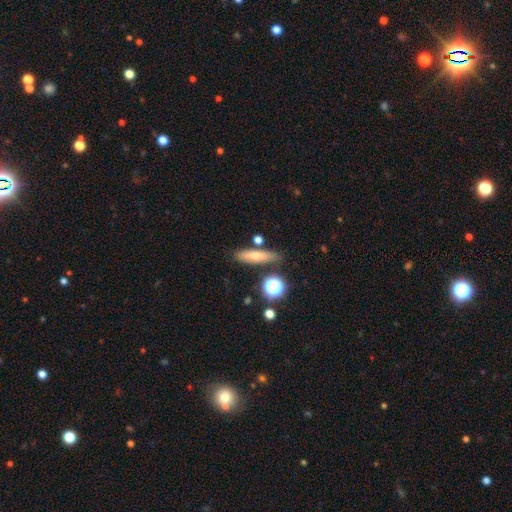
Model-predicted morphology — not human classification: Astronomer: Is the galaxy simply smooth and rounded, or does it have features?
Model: smooth — 71%.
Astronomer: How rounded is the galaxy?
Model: cigar-shaped — 68%.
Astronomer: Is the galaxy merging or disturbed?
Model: none — 77%.